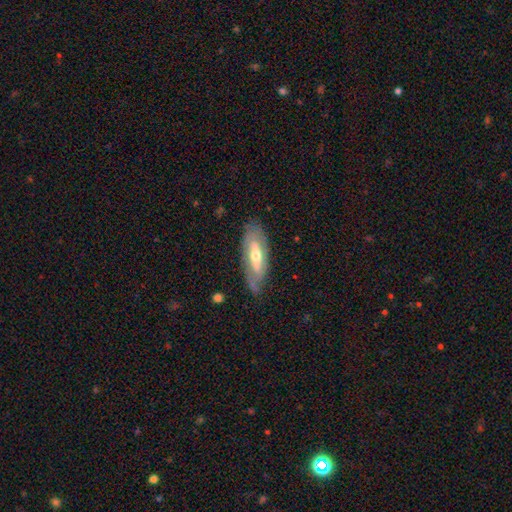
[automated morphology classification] A featured or disk galaxy (64%).

Vote fractions:
- Smooth or featured? featured or disk: 64% / smooth: 31% / star or artifact: 6%
- Edge-on disk? no: 75% / yes: 25%
- Merging? none: 75% / minor disturbance: 18% / major disturbance: 6% / merger: 1%